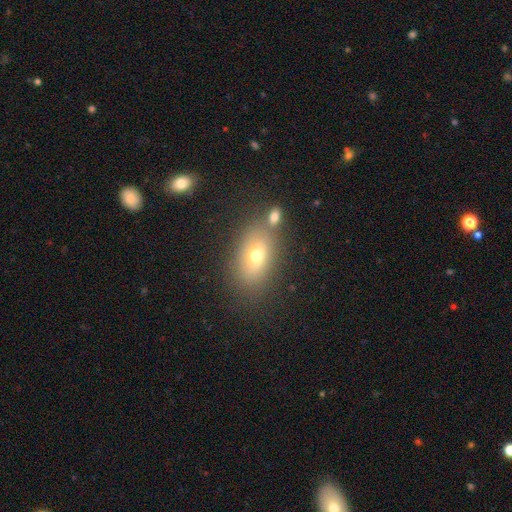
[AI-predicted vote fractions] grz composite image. It shows a smooth galaxy with no disk features (67%) that is in between round and cigar-shaped (85%). Merging: none (68%).